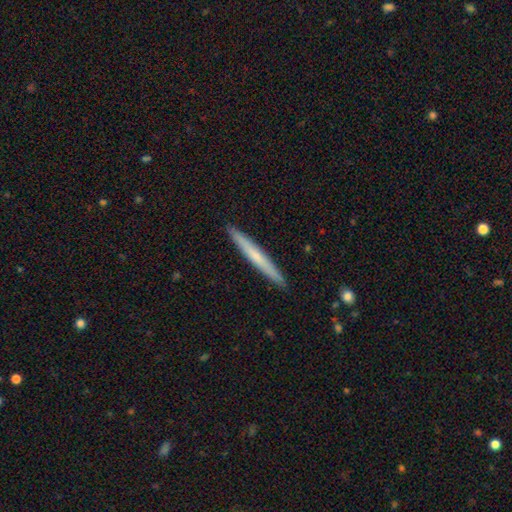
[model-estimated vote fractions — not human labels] Morphology: type=smooth (55%); roundness=cigar-shaped (97%); merging=none (93%).